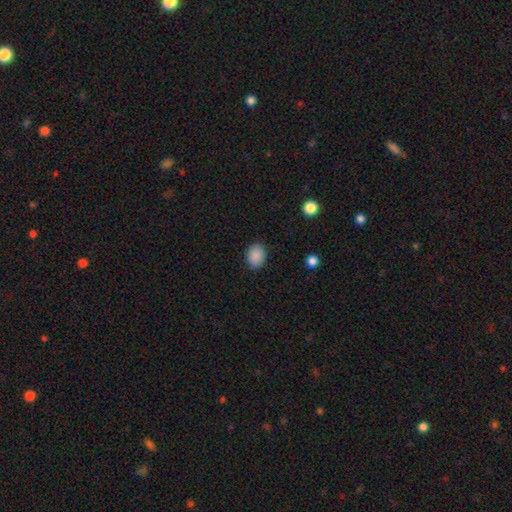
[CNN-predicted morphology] The model was most divided on "how rounded": in between: 67%, round: 32%, cigar-shaped: 1%. More confident: smooth or featured — smooth (89%); merging — none (88%).